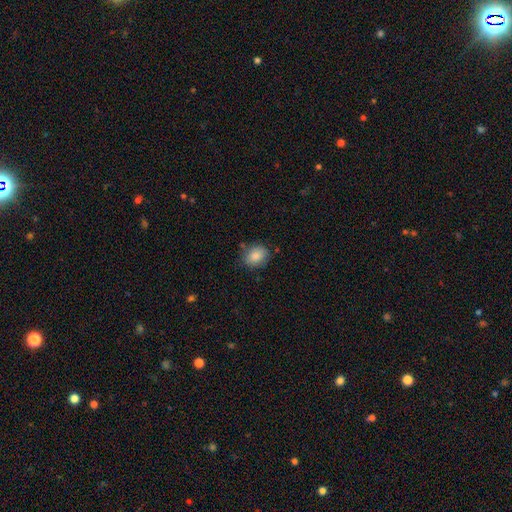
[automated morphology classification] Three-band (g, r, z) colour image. It shows a smooth galaxy with no disk features (85%) that is in between round and cigar-shaped (52%). Merging: none (80%).